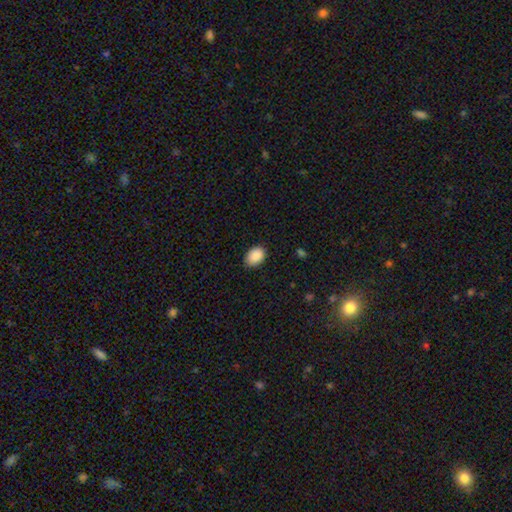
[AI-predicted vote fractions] Smooth or featured?
  - smooth: 90% *
  - star or artifact: 7%
  - featured or disk: 3%
How rounded?
  - in between: 83% *
  - round: 16%
  - cigar-shaped: 1%
Merging?
  - none: 82% *
  - minor disturbance: 15%
  - major disturbance: 2%
  - merger: 1%